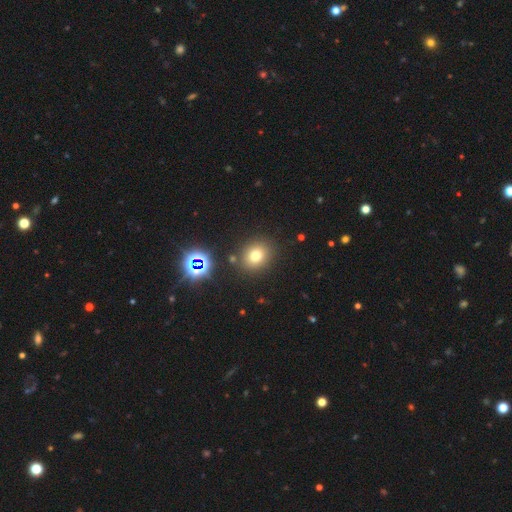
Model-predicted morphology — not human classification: smooth-or-featured: smooth: 72% | star or artifact: 19% | featured or disk: 9%
  how-rounded: round: 74% | in between: 25% | cigar-shaped: 1%
  merging: none: 84% | minor disturbance: 8% | merger: 5% | major disturbance: 3%